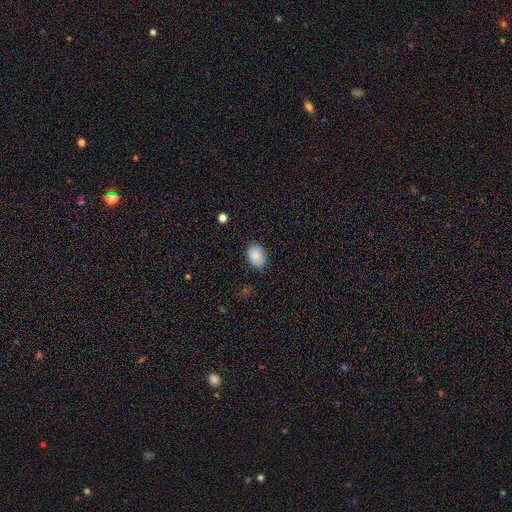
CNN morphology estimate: A smooth galaxy with no disk features (87%) that is in between round and cigar-shaped (79%).

Vote fractions:
- Smooth or featured? smooth: 87% / star or artifact: 8% / featured or disk: 5%
- How rounded? in between: 79% / round: 20% / cigar-shaped: 1%
- Merging? none: 80% / minor disturbance: 16% / major disturbance: 3% / merger: 1%